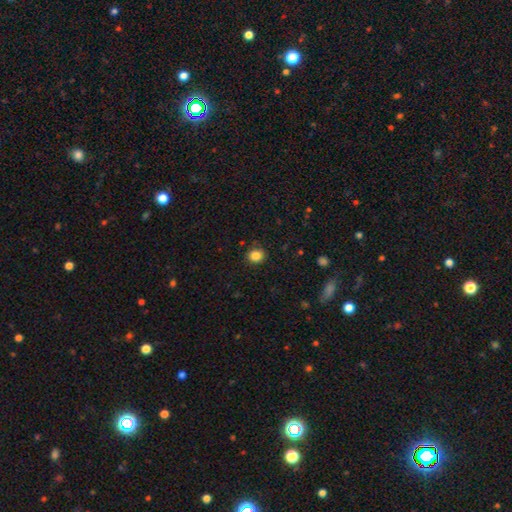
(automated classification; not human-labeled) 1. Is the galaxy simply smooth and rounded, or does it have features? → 85% smooth, 11% star or artifact, 4% featured or disk.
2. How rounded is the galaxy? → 82% round, 17% in between, 1% cigar-shaped.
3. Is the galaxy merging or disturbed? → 87% none, 10% minor disturbance, 2% major disturbance, 1% merger.